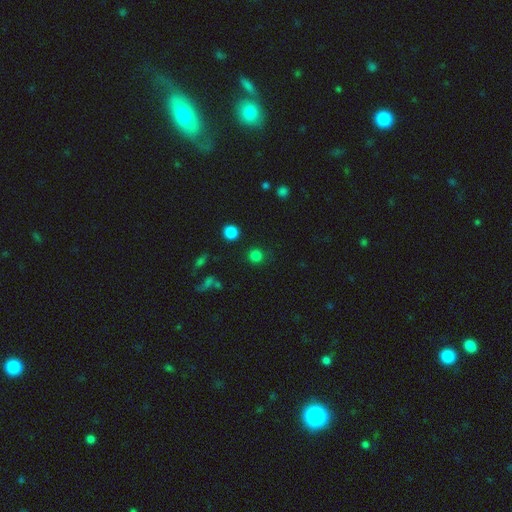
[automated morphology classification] Smooth or featured?
  - smooth: 80% *
  - star or artifact: 16%
  - featured or disk: 4%
How rounded?
  - round: 93% *
  - in between: 6%
  - cigar-shaped: 1%
Merging?
  - none: 86% *
  - minor disturbance: 7%
  - major disturbance: 4%
  - merger: 3%